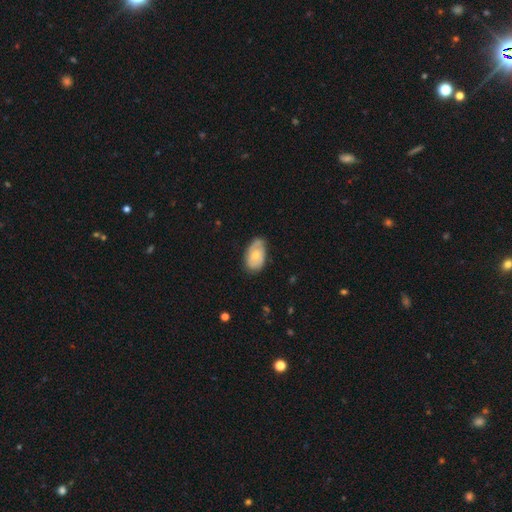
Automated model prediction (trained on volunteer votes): This is possibly a featured or disk galaxy (50%). Merging: likely none (62%).